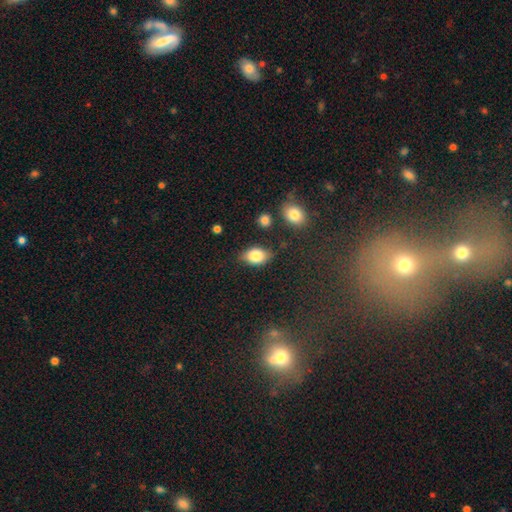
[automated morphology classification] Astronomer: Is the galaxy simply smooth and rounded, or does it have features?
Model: smooth — 82%.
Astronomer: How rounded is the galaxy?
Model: in between — 82%.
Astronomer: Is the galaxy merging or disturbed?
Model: none — 75%.